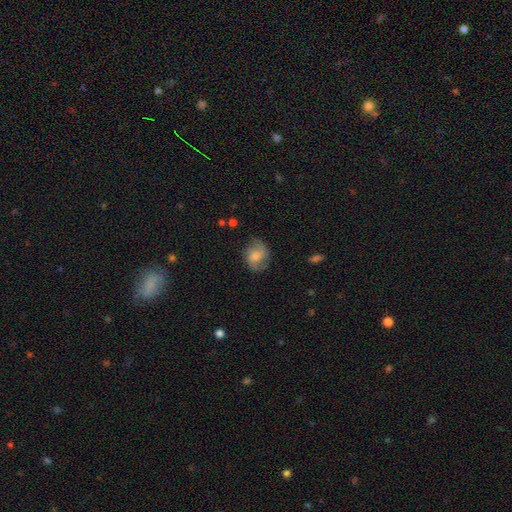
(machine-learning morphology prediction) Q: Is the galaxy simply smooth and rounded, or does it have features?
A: featured or disk — 49%.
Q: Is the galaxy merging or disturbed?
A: none — 69%.